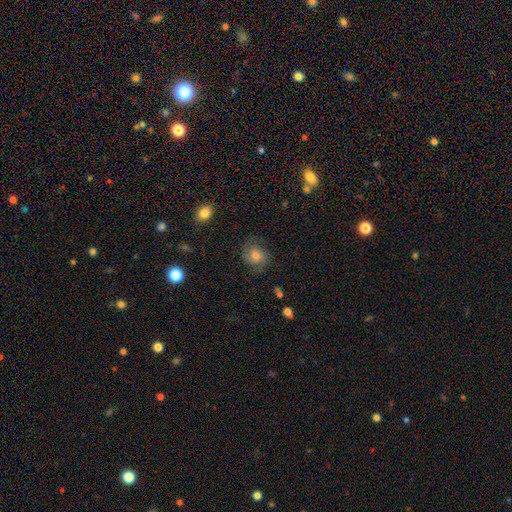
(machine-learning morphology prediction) type=featured or disk (46%); merging=none (71%).